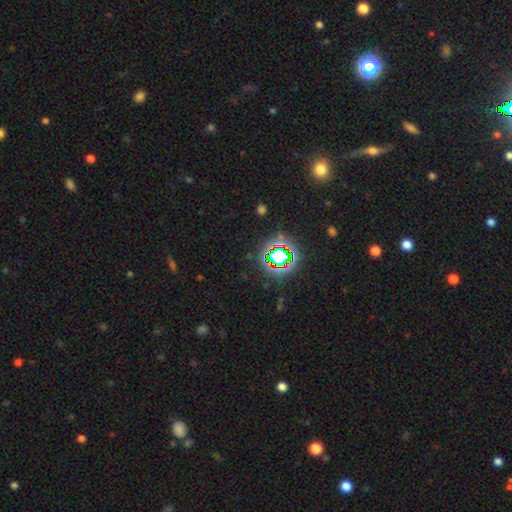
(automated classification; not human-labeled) star or artifact 79%, smooth 12%, featured or disk 9%.